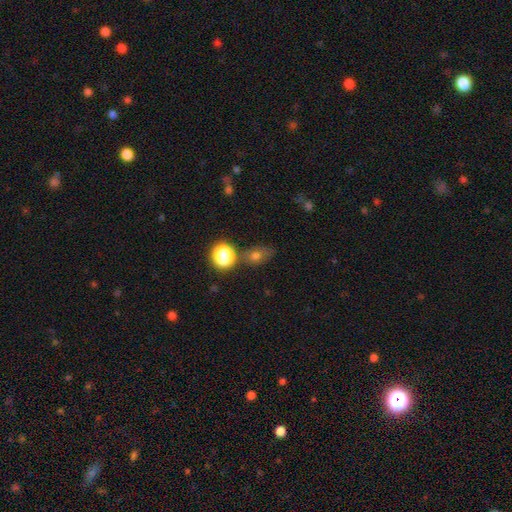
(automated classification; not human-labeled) The model was most divided on "how rounded": in between: 60%, round: 37%, cigar-shaped: 3%. More confident: smooth or featured — smooth (67%); merging — none (61%).